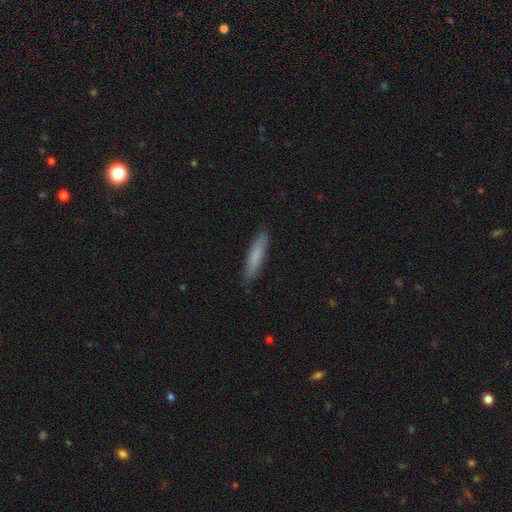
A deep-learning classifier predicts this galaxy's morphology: Smooth or featured: smooth — 80% (featured or disk — 14%)
How rounded: cigar-shaped — 85% (in between — 14%)
Merging: none — 86% (minor disturbance — 11%)